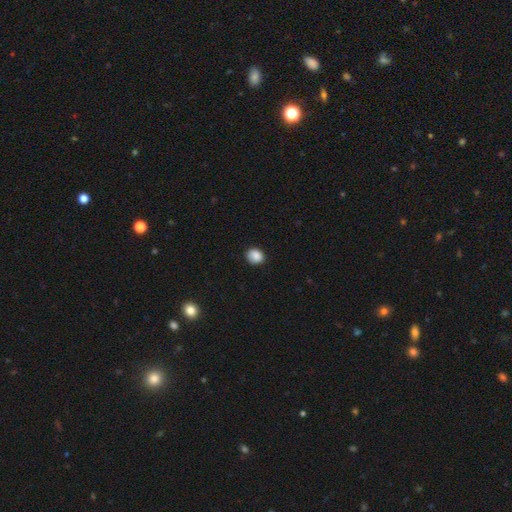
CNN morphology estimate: Overall: smooth (86%). How rounded: round (69%; in between 30%). Merging: none (79%).